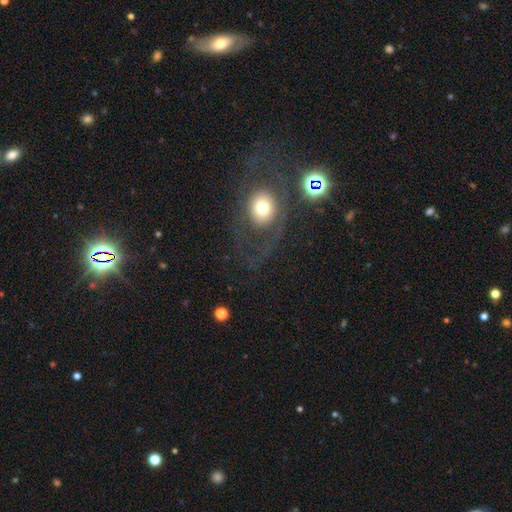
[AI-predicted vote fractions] A featured or disk galaxy (47%).

Vote fractions:
- Smooth or featured? featured or disk: 47% / smooth: 33% / star or artifact: 20%
- Merging? none: 61% / major disturbance: 18% / minor disturbance: 15% / merger: 6%